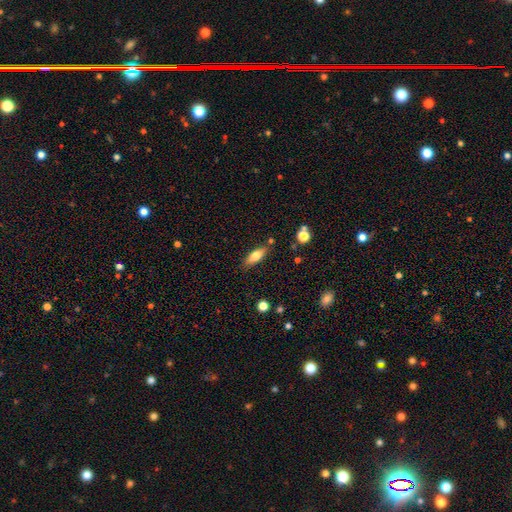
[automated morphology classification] Overall: smooth (72%). How rounded: in between (68%; cigar-shaped 29%). Merging: none (81%).